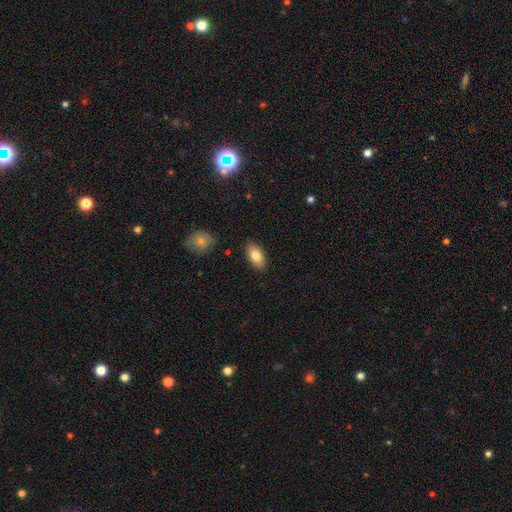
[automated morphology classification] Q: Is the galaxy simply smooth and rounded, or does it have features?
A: smooth — 81%.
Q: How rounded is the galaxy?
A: in between — 92%.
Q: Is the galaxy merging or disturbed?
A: none — 86%.